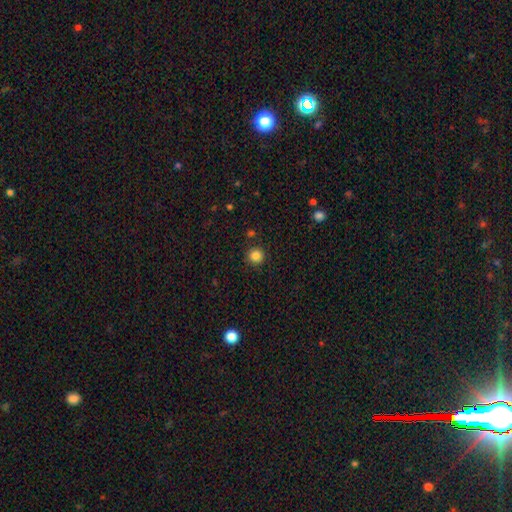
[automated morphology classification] This appears to be a smooth galaxy with no disk features (85%) that is round (94%). Merging: none (90%).